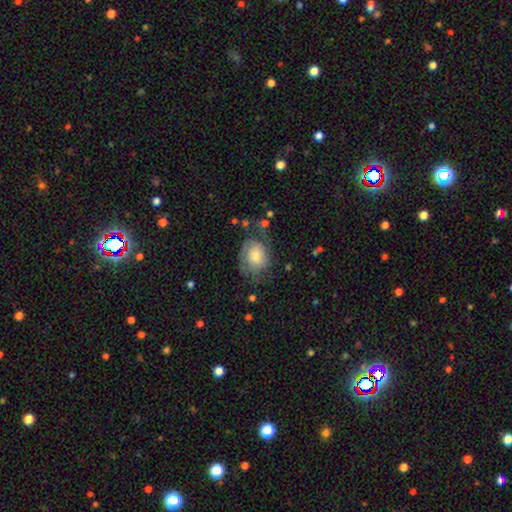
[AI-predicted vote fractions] Overall: featured or disk (49%; smooth 43%). Merging: none (55%; minor disturbance 25%).